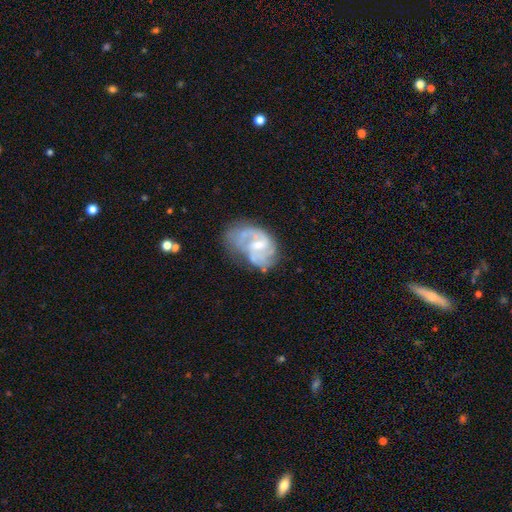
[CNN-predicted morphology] featured or disk 79%, smooth 15%, star or artifact 6%. Down the decision tree: edge-on disk — no (98%); bar — weak (57%); spiral arms — yes (87%); spiral arm count — 2 (49%); spiral winding — medium (48%); bulge size — small (46%); merging — none (46%).